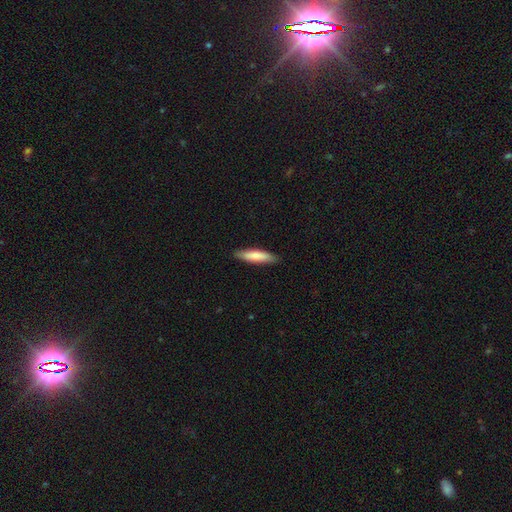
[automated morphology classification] A smooth galaxy with no disk features (78%) that is cigar-shaped (78%).

Vote fractions:
- Smooth or featured? smooth: 78% / featured or disk: 16% / star or artifact: 5%
- How rounded? cigar-shaped: 78% / in between: 20% / round: 1%
- Merging? none: 87% / minor disturbance: 10% / major disturbance: 2% / merger: 1%